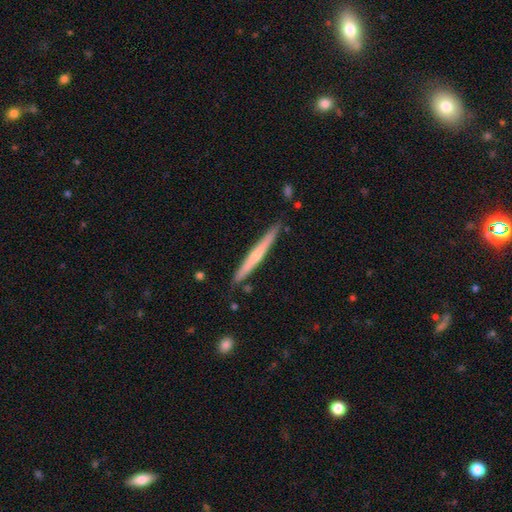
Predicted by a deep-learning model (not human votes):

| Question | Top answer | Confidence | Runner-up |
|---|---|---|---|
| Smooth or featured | featured or disk | 51% | smooth (44%) |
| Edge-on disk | yes | 97% | no (3%) |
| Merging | none | 87% | minor disturbance (9%) |